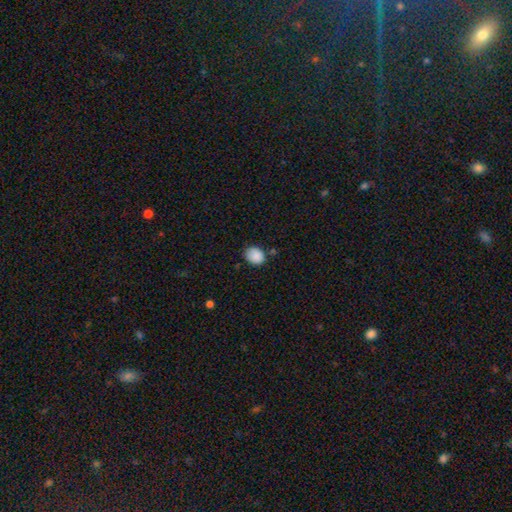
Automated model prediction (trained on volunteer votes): Morphology: type=smooth (88%); roundness=in between (51%); merging=none (73%).